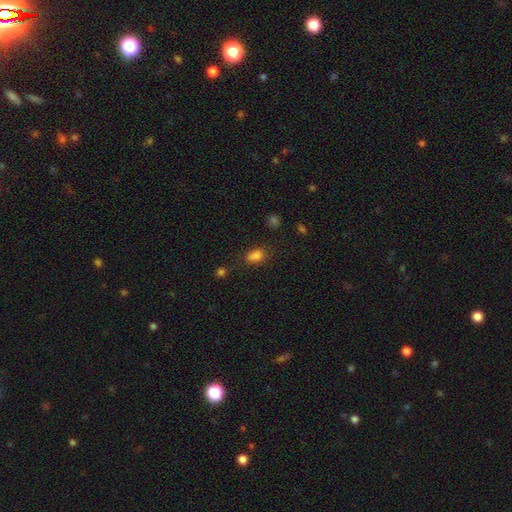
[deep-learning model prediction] Overall: smooth (76%). How rounded: in between (67%; round 30%). Merging: none (53%; minor disturbance 20%).